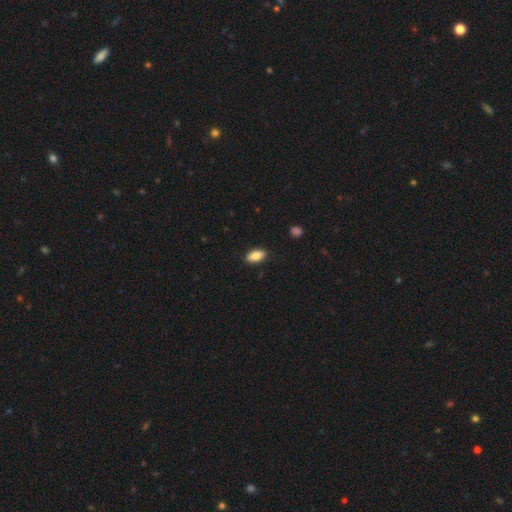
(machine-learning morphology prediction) smooth 83%, featured or disk 10%, star or artifact 7%. Down the decision tree: how rounded — in between (89%); merging — none (87%).